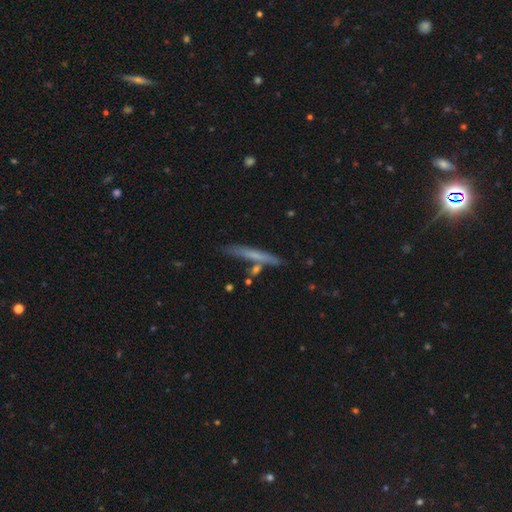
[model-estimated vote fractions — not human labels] Smooth or featured?
  - smooth: 55% *
  - featured or disk: 38%
  - star or artifact: 7%
How rounded?
  - cigar-shaped: 95% *
  - in between: 3%
  - round: 2%
Merging?
  - none: 79% *
  - minor disturbance: 13%
  - merger: 6%
  - major disturbance: 3%